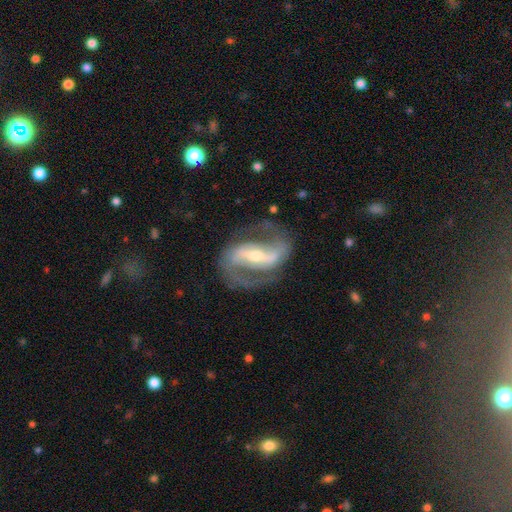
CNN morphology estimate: This appears to be a featured or disk galaxy (90%) with a strong bar (65%), 2 (92%) medium (54%) spiral arms (96%) and a small central bulge (48%). Merging: none (77%).